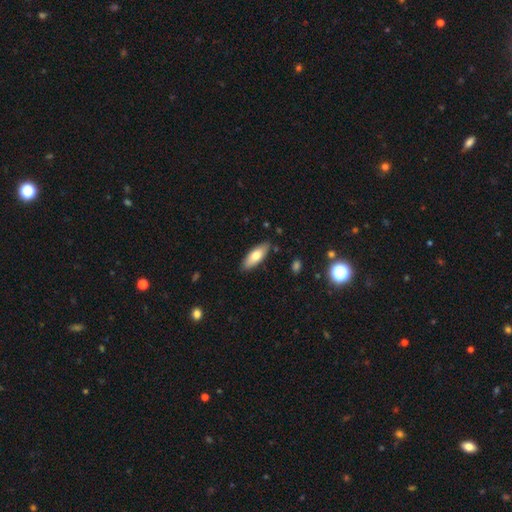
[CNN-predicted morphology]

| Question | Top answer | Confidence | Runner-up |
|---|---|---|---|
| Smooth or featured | smooth | 73% | featured or disk (21%) |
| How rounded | in between | 70% | cigar-shaped (28%) |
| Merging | none | 86% | minor disturbance (10%) |